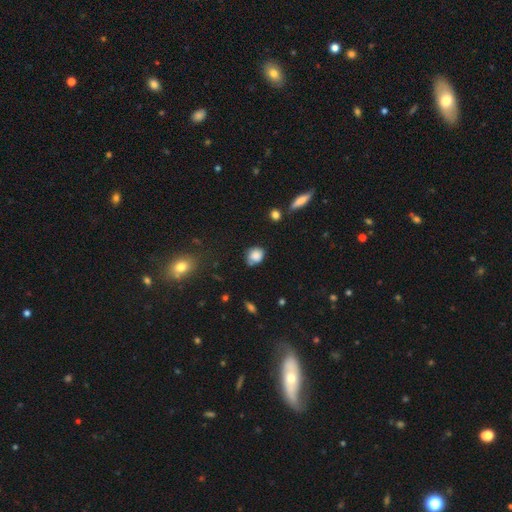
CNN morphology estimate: Smooth or featured?
  - smooth: 80% *
  - star or artifact: 10%
  - featured or disk: 9%
How rounded?
  - round: 67% *
  - in between: 32%
  - cigar-shaped: 1%
Merging?
  - none: 58% *
  - minor disturbance: 27%
  - major disturbance: 8%
  - merger: 7%